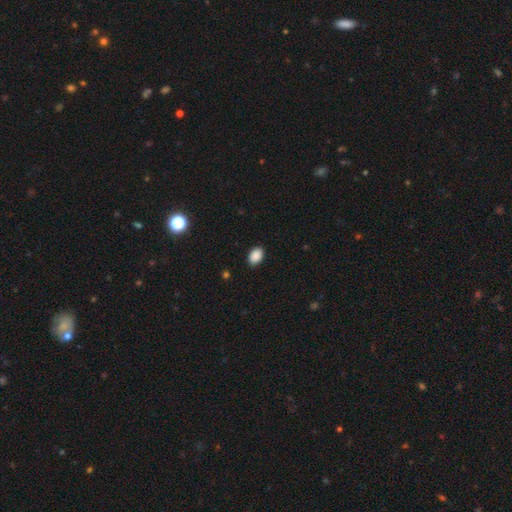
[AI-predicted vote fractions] Q: Smooth or featured?
A: smooth (89%); runner-up: star or artifact (8%)
Q: How rounded?
A: in between (82%); runner-up: round (17%)
Q: Merging?
A: none (88%); runner-up: minor disturbance (9%)